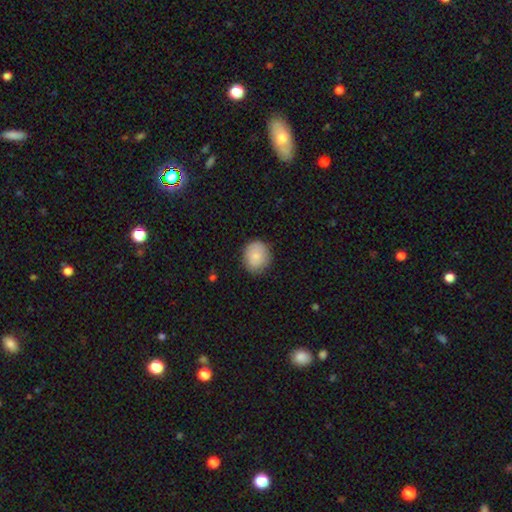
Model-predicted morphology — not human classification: Smooth or featured? Predicted: smooth (p=0.85). How rounded? Predicted: round (p=0.75). Merging? Predicted: none (p=0.81).